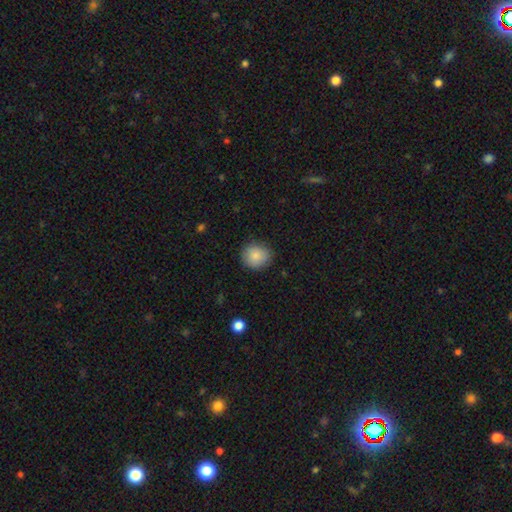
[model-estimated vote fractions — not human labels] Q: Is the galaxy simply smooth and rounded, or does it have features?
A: smooth — 85%.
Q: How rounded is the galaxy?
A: round — 83%.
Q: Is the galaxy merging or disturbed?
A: none — 83%.